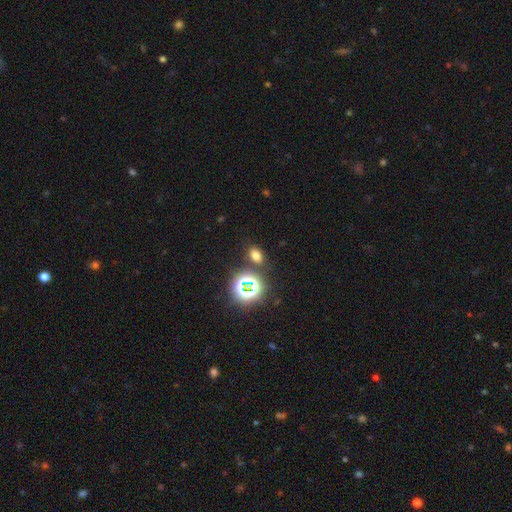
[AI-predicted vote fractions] A smooth galaxy with no disk features (64%) that is in between round and cigar-shaped (73%).

Vote fractions:
- Smooth or featured? smooth: 64% / star or artifact: 28% / featured or disk: 8%
- How rounded? in between: 73% / round: 25% / cigar-shaped: 2%
- Merging? none: 81% / minor disturbance: 10% / merger: 6% / major disturbance: 3%